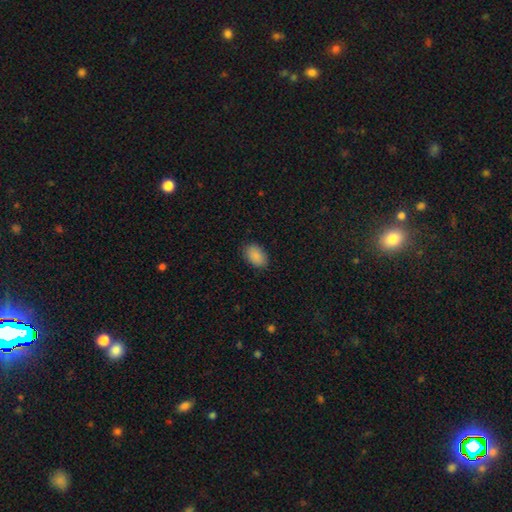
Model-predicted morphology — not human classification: Smooth or featured?
  - smooth: 89% *
  - star or artifact: 8%
  - featured or disk: 3%
How rounded?
  - in between: 88% *
  - round: 11%
  - cigar-shaped: 1%
Merging?
  - none: 86% *
  - minor disturbance: 11%
  - major disturbance: 2%
  - merger: 1%